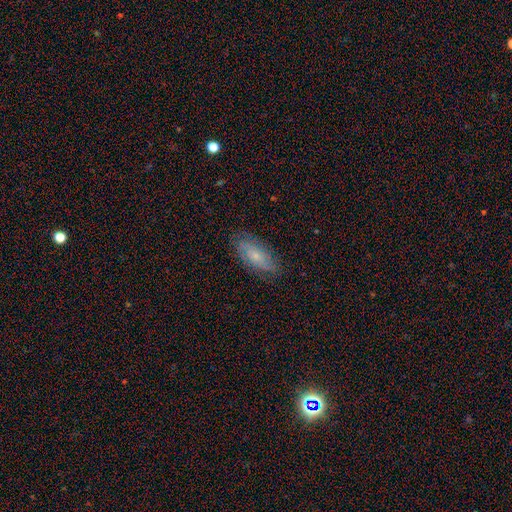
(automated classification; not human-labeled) smooth_or_featured: smooth (p=0.54) [alt: featured or disk p=0.39]
how_rounded: in between (p=0.81) [alt: cigar-shaped p=0.16]
merging: none (p=0.79) [alt: minor disturbance p=0.16]